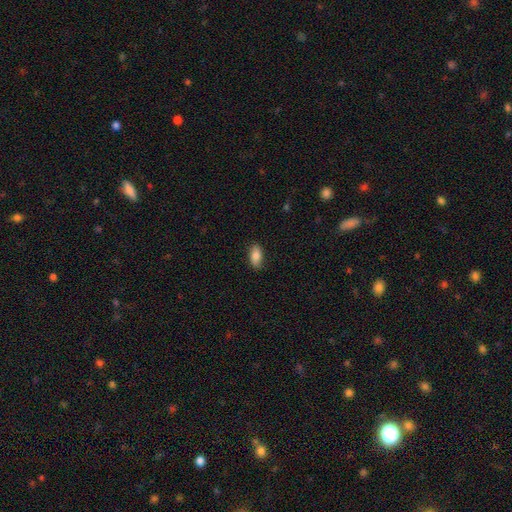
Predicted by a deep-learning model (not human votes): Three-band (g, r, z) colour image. It shows a smooth galaxy with no disk features (83%) that is in between round and cigar-shaped (91%). Merging: none (84%).